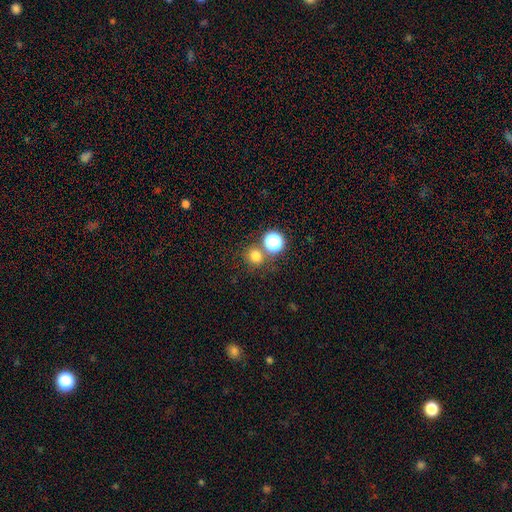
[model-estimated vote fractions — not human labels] Smooth or featured?
  - smooth: 73% *
  - star or artifact: 20%
  - featured or disk: 6%
How rounded?
  - round: 87% *
  - in between: 12%
  - cigar-shaped: 1%
Merging?
  - none: 71% *
  - merger: 18%
  - minor disturbance: 8%
  - major disturbance: 3%